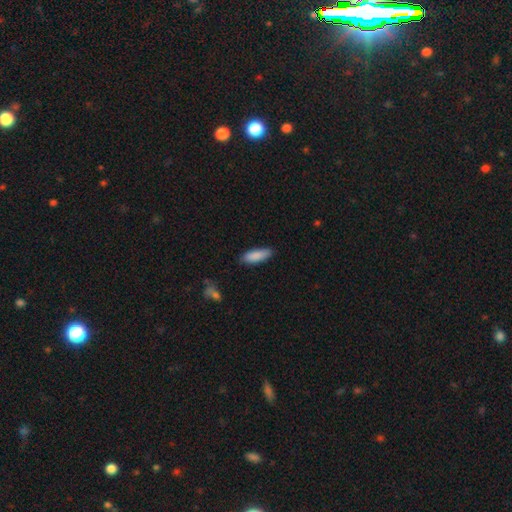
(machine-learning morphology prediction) Smooth or featured?
  - smooth: 88% *
  - featured or disk: 6%
  - star or artifact: 6%
How rounded?
  - in between: 58% *
  - cigar-shaped: 40%
  - round: 2%
Merging?
  - none: 84% *
  - minor disturbance: 12%
  - major disturbance: 2%
  - merger: 1%